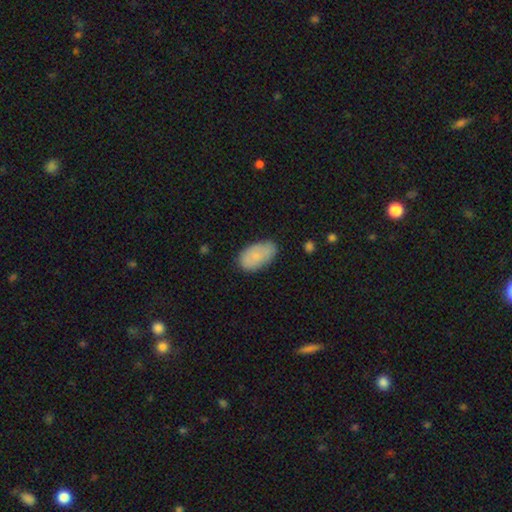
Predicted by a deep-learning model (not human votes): The model was most divided on "merging": none: 75%, minor disturbance: 20%, major disturbance: 4%, merger: 1%. More confident: how rounded — in between (94%); smooth or featured — smooth (82%).